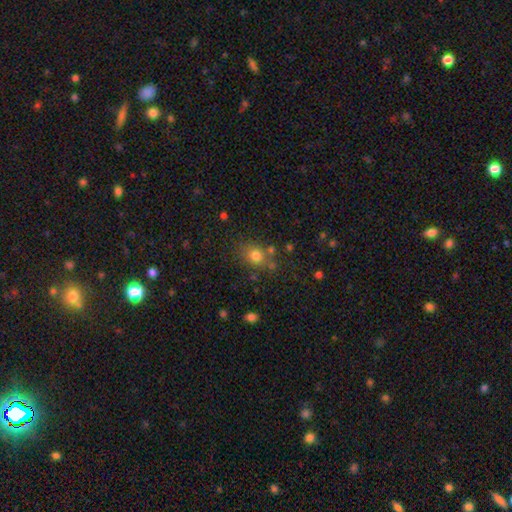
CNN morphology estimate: Smooth or featured? smooth (76%)
How rounded? round (64%)
Merging? none (72%)